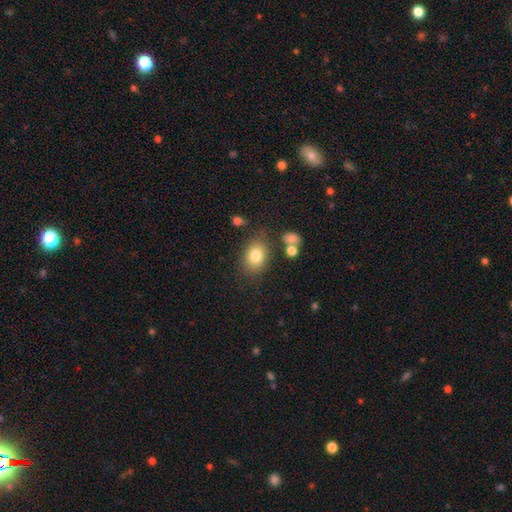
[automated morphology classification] smooth_or_featured: smooth (p=0.81) [alt: star or artifact p=0.10]
how_rounded: in between (p=0.70) [alt: round p=0.29]
merging: none (p=0.75) [alt: minor disturbance p=0.14]